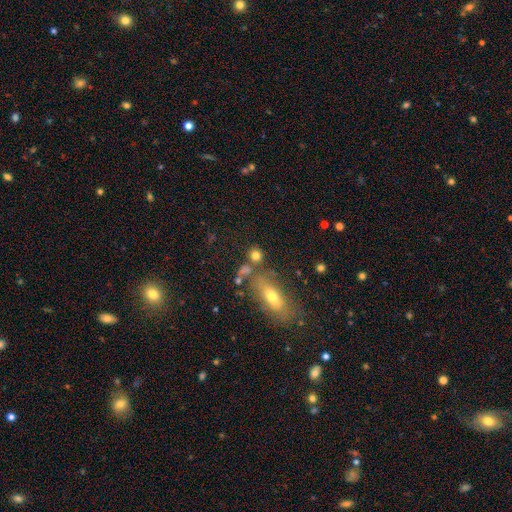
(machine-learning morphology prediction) smooth_or_featured: smooth (p=0.76) [alt: star or artifact p=0.13]
how_rounded: round (p=0.72) [alt: in between p=0.23]
merging: none (p=0.65) [alt: merger p=0.18]